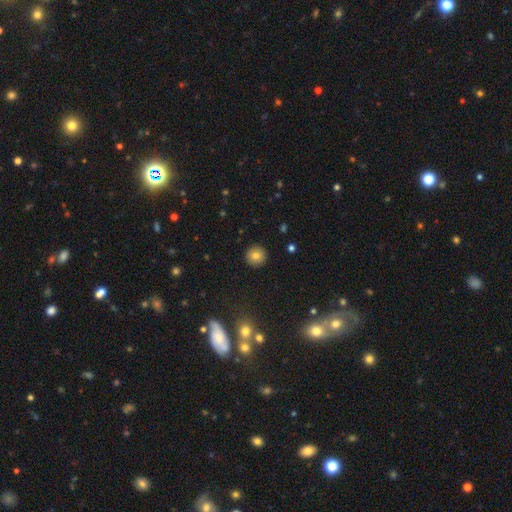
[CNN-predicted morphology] smooth_or_featured: smooth (p=0.78) [alt: star or artifact p=0.11]
how_rounded: round (p=0.95) [alt: in between p=0.04]
merging: none (p=0.92) [alt: minor disturbance p=0.05]